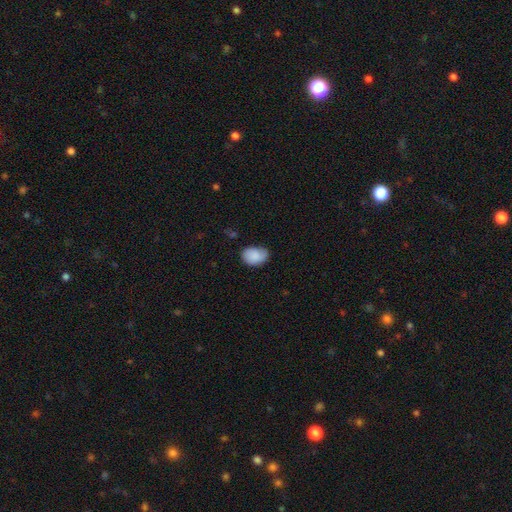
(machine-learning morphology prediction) This is clearly a smooth galaxy (83%). How rounded: likely in between (74%). Merging: likely none (65%).